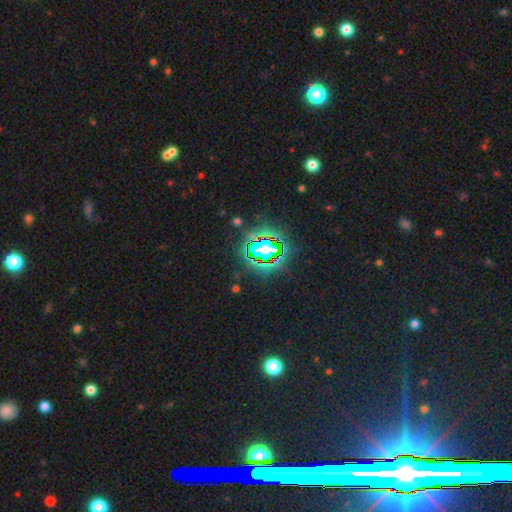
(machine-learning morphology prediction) The model was most divided on "smooth or featured": star or artifact: 82%, smooth: 11%, featured or disk: 7%.